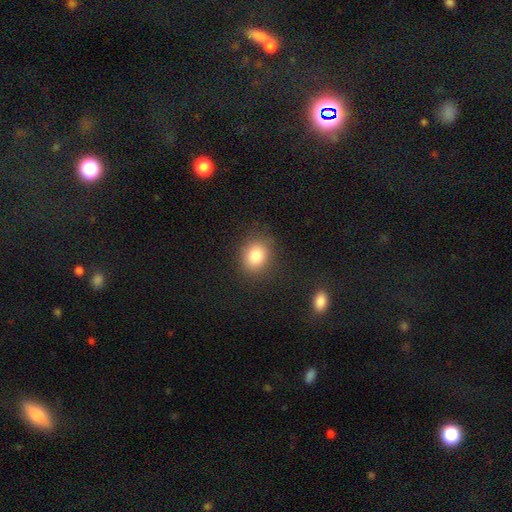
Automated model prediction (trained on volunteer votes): Morphology: type=smooth (82%); roundness=round (55%); merging=none (85%).